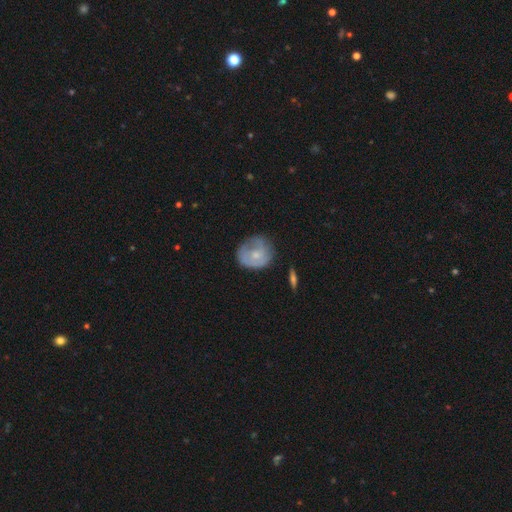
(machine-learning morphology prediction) This appears to be a smooth galaxy with no disk features (53%) that is round (75%). Merging: none (56%).